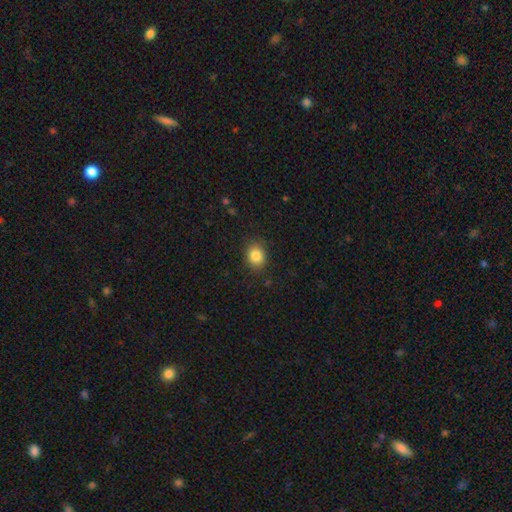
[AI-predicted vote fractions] Smooth or featured? Predicted: smooth (p=0.85). How rounded? Predicted: round (p=0.50). Merging? Predicted: none (p=0.86).